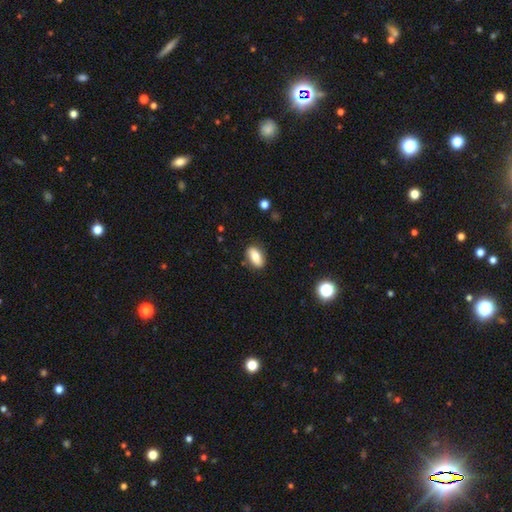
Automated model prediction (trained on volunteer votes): A smooth galaxy with no disk features (75%) that is in between round and cigar-shaped (88%).

Vote fractions:
- Smooth or featured? smooth: 75% / featured or disk: 17% / star or artifact: 7%
- How rounded? in between: 88% / cigar-shaped: 6% / round: 6%
- Merging? none: 84% / minor disturbance: 12% / major disturbance: 3% / merger: 2%